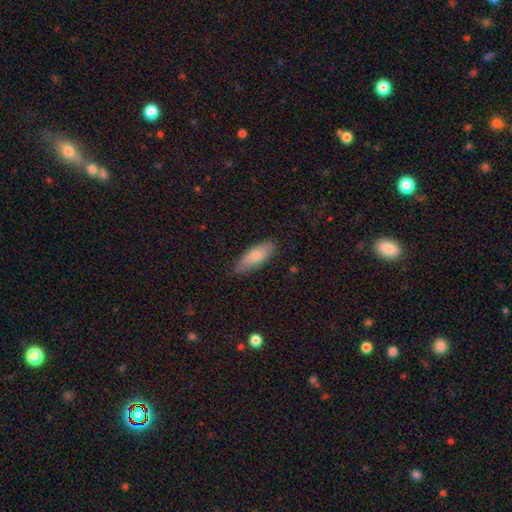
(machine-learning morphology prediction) The model was most divided on "how rounded": in between: 73%, cigar-shaped: 25%, round: 2%. More confident: merging — none (83%); smooth or featured — smooth (79%).